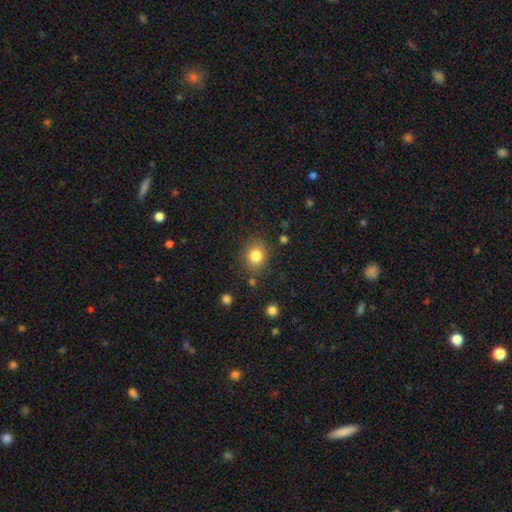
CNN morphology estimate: Overall: smooth (82%). How rounded: round (72%). Merging: none (82%).